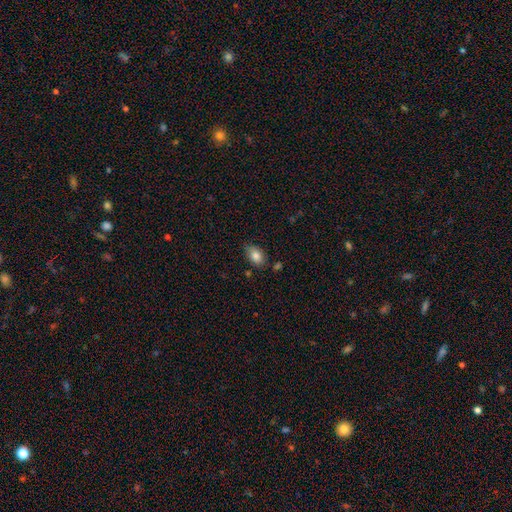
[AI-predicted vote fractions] This is clearly a smooth galaxy (83%). How rounded: clearly in between (85%). Merging: likely none (70%).